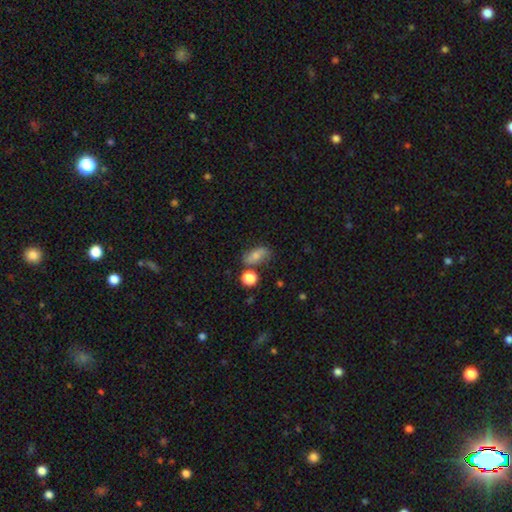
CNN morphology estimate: Overall: smooth (57%; featured or disk 31%). How rounded: in between (79%). Merging: none (62%).